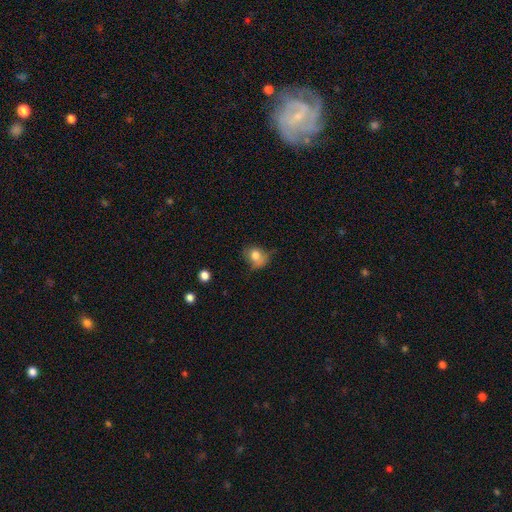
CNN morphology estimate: Smooth or featured? smooth (74%)
How rounded? round (55%)
Merging? none (41%)